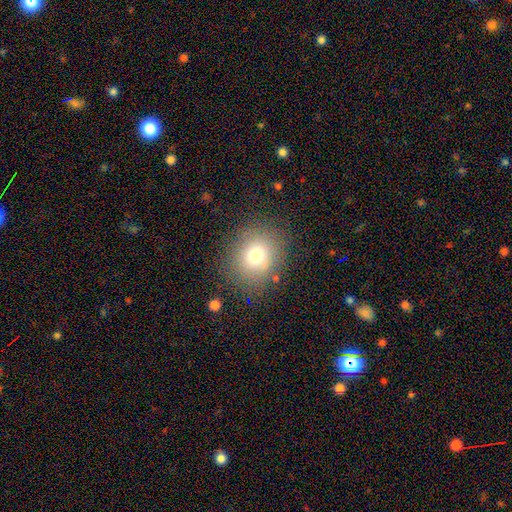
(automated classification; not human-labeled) This is likely a smooth galaxy (73%). How rounded: likely round (78%). Merging: clearly none (82%).